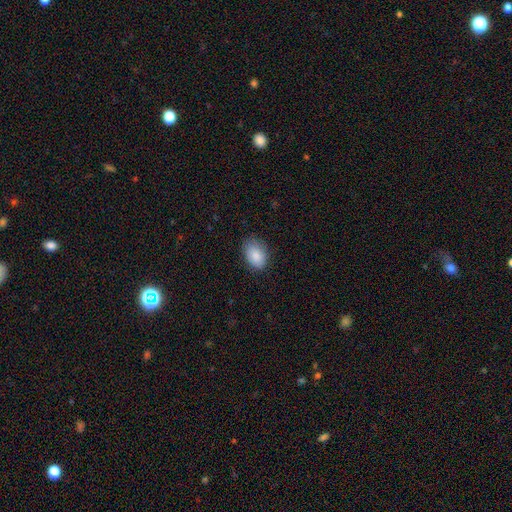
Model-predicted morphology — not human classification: This is clearly a smooth galaxy (87%). How rounded: clearly in between (86%). Merging: likely none (80%).